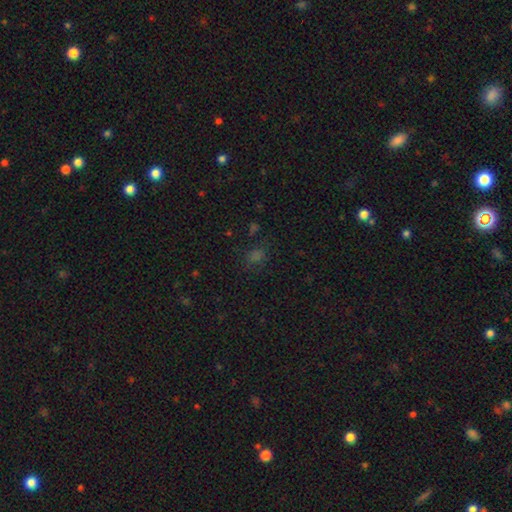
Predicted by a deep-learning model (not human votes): smooth 55%, star or artifact 37%, featured or disk 8%. Down the decision tree: how rounded — in between (52%); merging — none (73%).